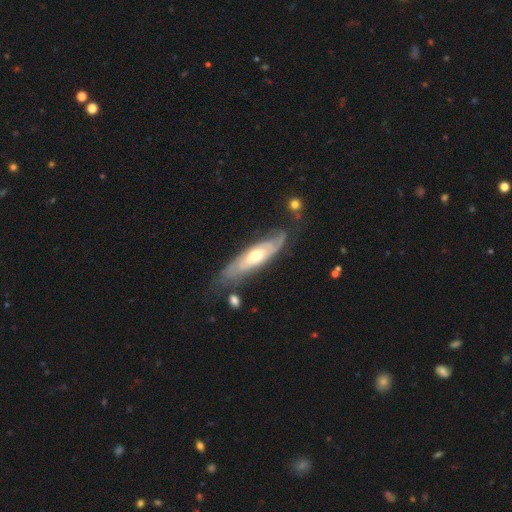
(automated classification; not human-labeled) This appears to be a featured or disk galaxy (71%) with no bar (71%), spiral arms (78%) and a moderate central bulge (67%). Merging: none (63%).